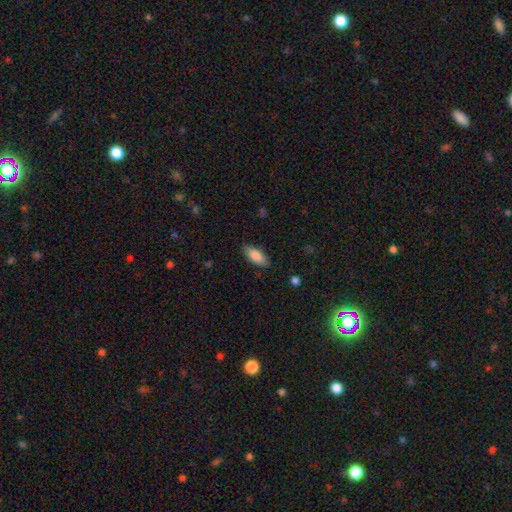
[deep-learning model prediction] Smooth or featured? smooth (86%)
How rounded? in between (82%)
Merging? none (85%)